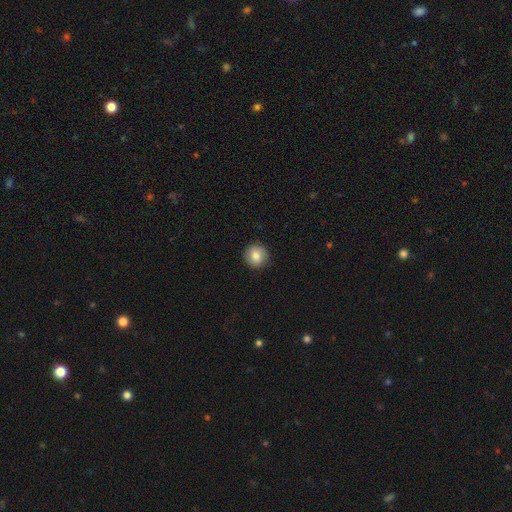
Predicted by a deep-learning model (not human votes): Overall: smooth (81%). How rounded: round (92%). Merging: none (88%).